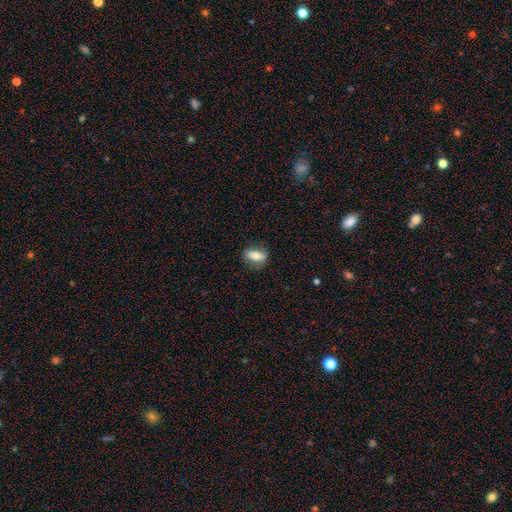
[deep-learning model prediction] smooth_or_featured: smooth (p=0.68) [alt: featured or disk p=0.24]
how_rounded: in between (p=0.77) [alt: cigar-shaped p=0.13]
merging: none (p=0.79) [alt: minor disturbance p=0.16]